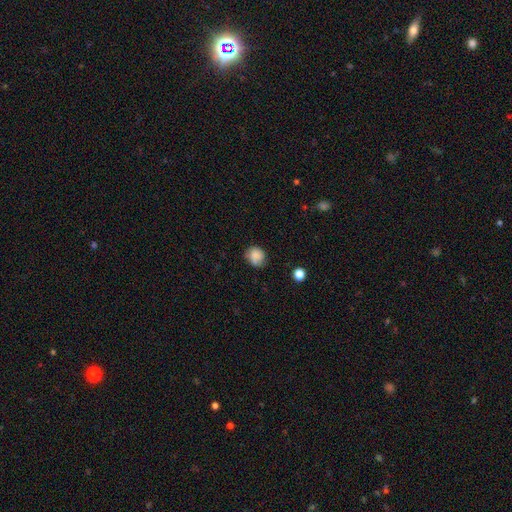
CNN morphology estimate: This appears to be a smooth galaxy with no disk features (82%) that is round (81%). Merging: none (71%).